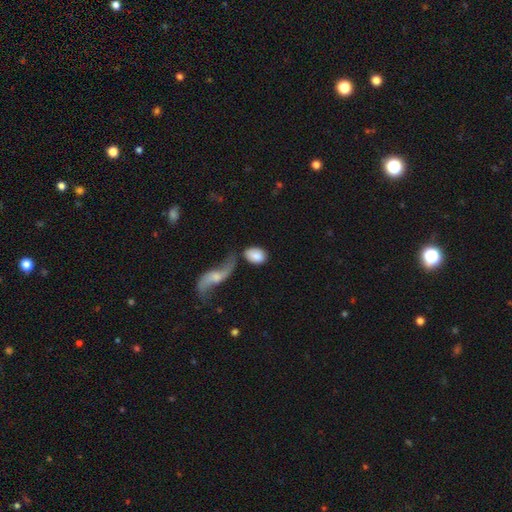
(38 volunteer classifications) Q: Smooth or featured?
A: smooth (87%); runner-up: featured or disk (13%)
Q: How rounded?
A: in between (82%); runner-up: round (15%)
Q: Merging?
A: none (39%); runner-up: merger (34%)